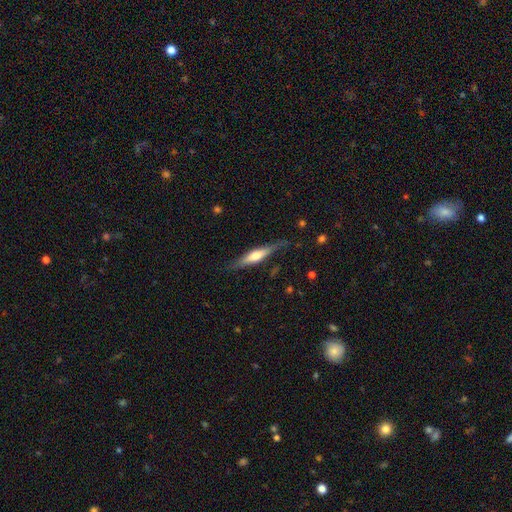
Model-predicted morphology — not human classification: smooth-or-featured: featured or disk: 55% | smooth: 39% | star or artifact: 6%
  disk-edge-on: yes: 92% | no: 8%
    edge-on-bulge: rounded: 75% | boxy: 15% | none: 10%
  merging: none: 75% | minor disturbance: 18% | major disturbance: 5% | merger: 2%